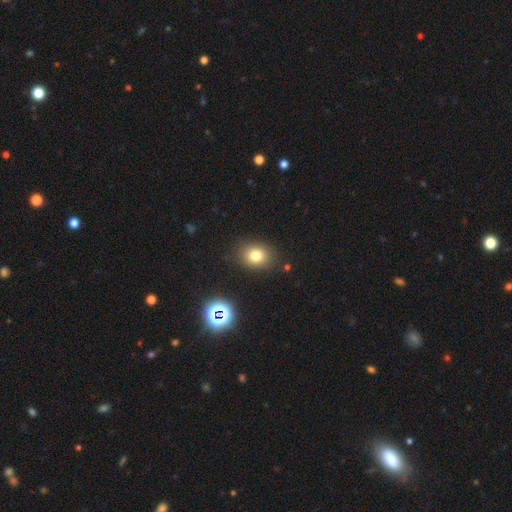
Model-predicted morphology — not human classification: smooth_or_featured: smooth (p=0.77) [alt: star or artifact p=0.15]
how_rounded: in between (p=0.51) [alt: round p=0.48]
merging: none (p=0.84) [alt: minor disturbance p=0.10]